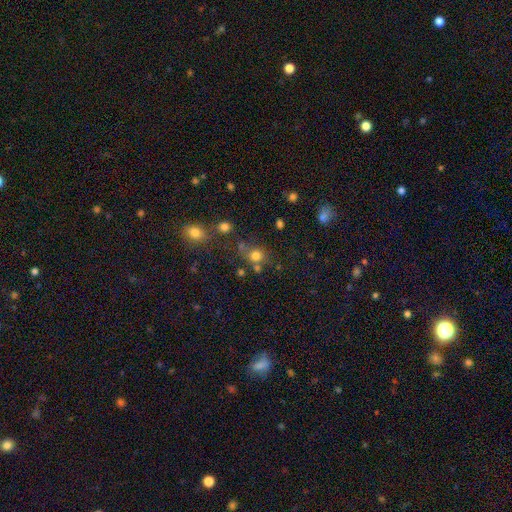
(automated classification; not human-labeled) smooth-or-featured: smooth: 75% | star or artifact: 17% | featured or disk: 8%
  how-rounded: round: 82% | in between: 17% | cigar-shaped: 1%
  merging: none: 66% | merger: 16% | minor disturbance: 12% | major disturbance: 6%